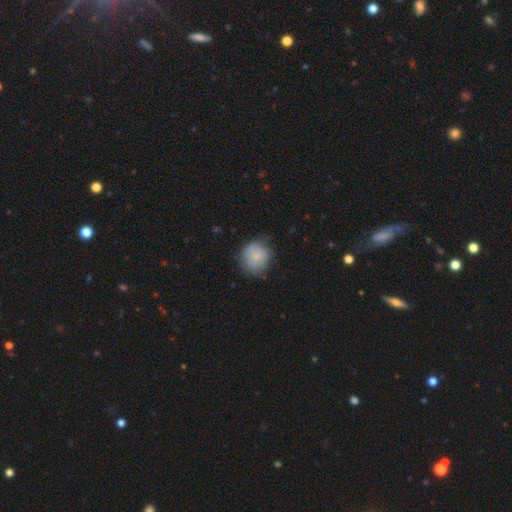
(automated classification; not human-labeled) Overall: smooth (76%). How rounded: round (85%). Merging: none (64%; minor disturbance 26%).